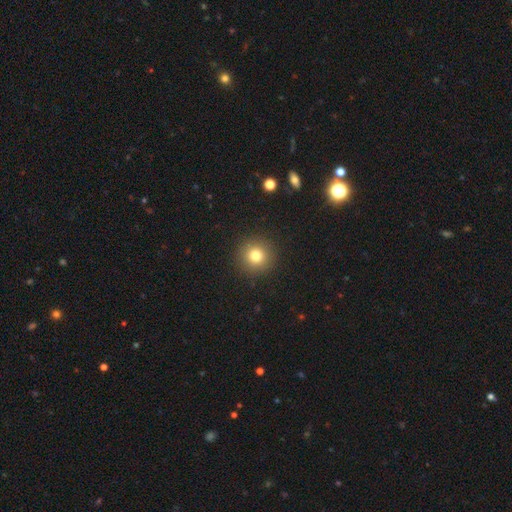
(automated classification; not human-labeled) The model was most divided on "smooth or featured": smooth: 79%, star or artifact: 13%, featured or disk: 8%. More confident: how rounded — round (94%); merging — none (92%).